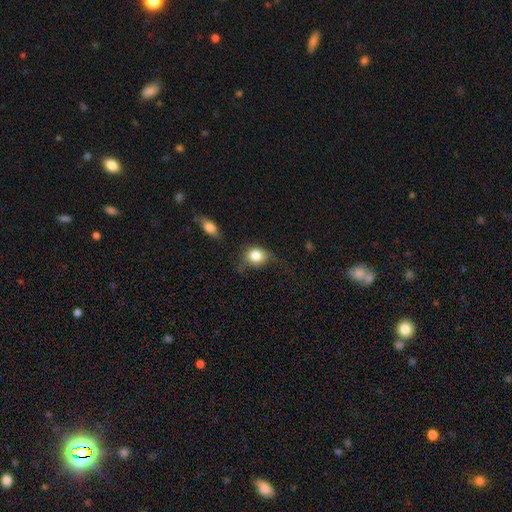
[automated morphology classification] Smooth or featured? smooth (80%)
How rounded? round (66%)
Merging? none (48%)